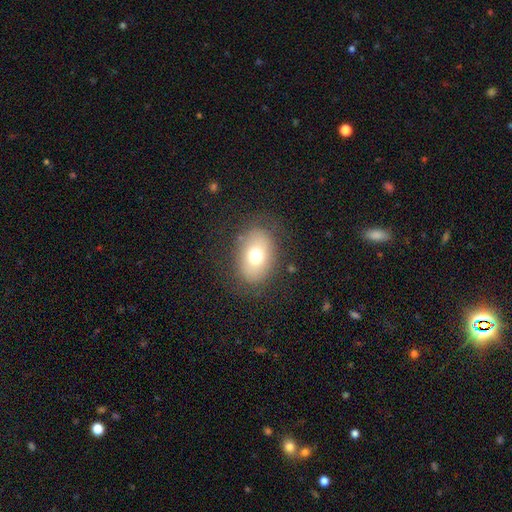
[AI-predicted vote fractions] Smooth or featured? Predicted: smooth (p=0.71). How rounded? Predicted: in between (p=0.72). Merging? Predicted: none (p=0.78).